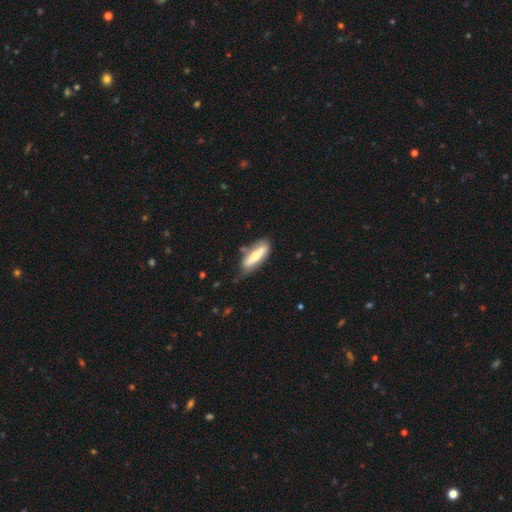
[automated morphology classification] Smooth or featured? smooth (53%)
How rounded? cigar-shaped (54%)
Merging? none (60%)